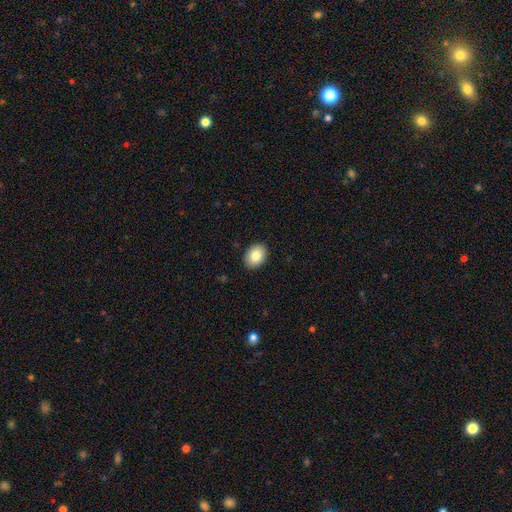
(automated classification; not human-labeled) Smooth or featured? Predicted: smooth (p=0.83). How rounded? Predicted: in between (p=0.71). Merging? Predicted: none (p=0.90).